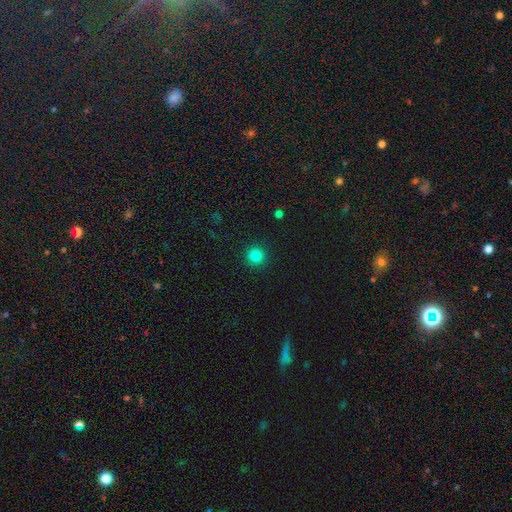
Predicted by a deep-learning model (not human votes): Smooth or featured?
  - smooth: 82% *
  - star or artifact: 13%
  - featured or disk: 4%
How rounded?
  - round: 95% *
  - in between: 4%
  - cigar-shaped: 1%
Merging?
  - none: 92% *
  - minor disturbance: 5%
  - major disturbance: 2%
  - merger: 1%